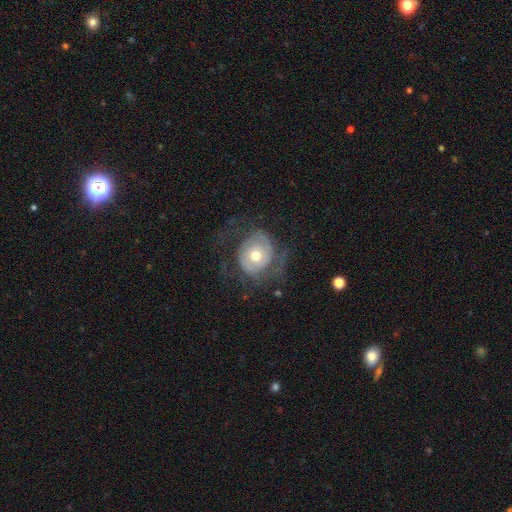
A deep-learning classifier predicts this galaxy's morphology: This is likely a featured or disk galaxy (64%). It is clearly not viewed edge-on (96%). Bar: likely no (79%). Spiral arm pattern: likely yes (74%). Central bulge: likely moderate (67%). Merging: possibly none (52%).